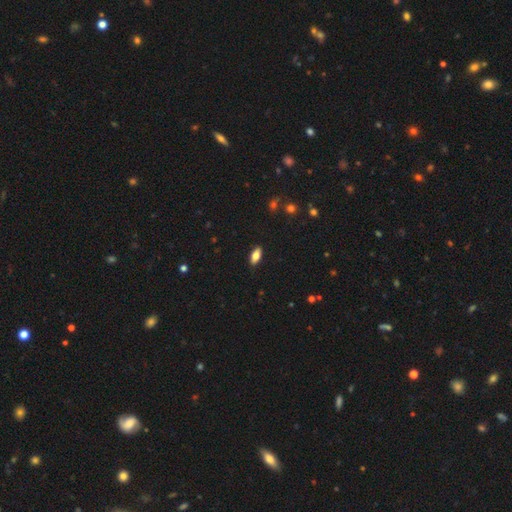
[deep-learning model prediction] This appears to be a smooth galaxy with no disk features (75%) that is in between round and cigar-shaped (85%). Merging: none (87%).